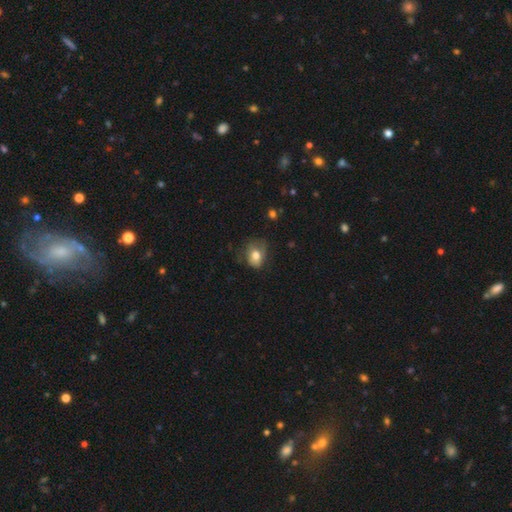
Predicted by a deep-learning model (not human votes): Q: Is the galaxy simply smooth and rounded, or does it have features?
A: smooth — 74%.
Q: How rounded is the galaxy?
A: in between — 57%.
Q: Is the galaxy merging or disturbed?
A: none — 50%.